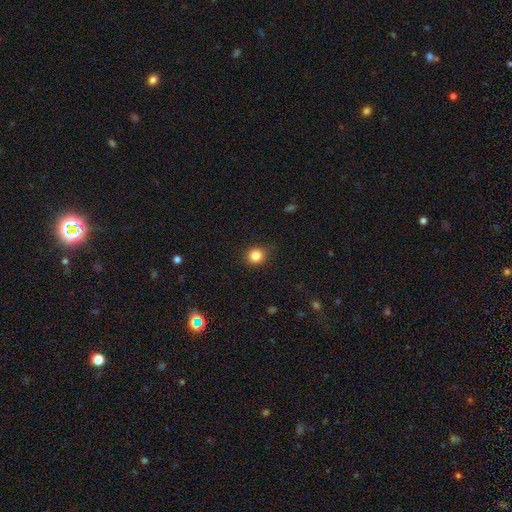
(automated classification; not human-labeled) A smooth galaxy with no disk features (84%) that is round (89%).

Vote fractions:
- Smooth or featured? smooth: 84% / star or artifact: 11% / featured or disk: 5%
- How rounded? round: 89% / in between: 10% / cigar-shaped: 1%
- Merging? none: 86% / minor disturbance: 11% / major disturbance: 2% / merger: 1%